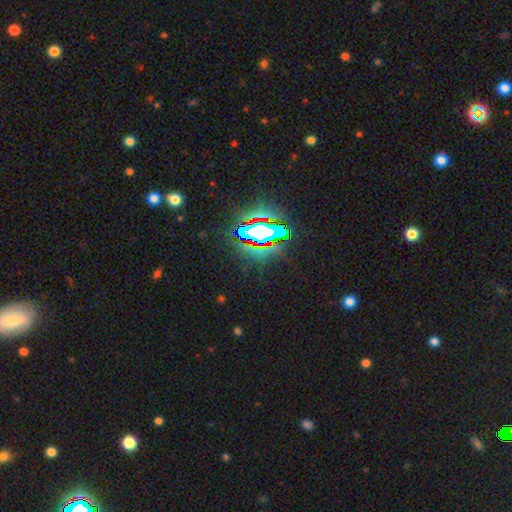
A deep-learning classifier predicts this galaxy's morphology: Q: Smooth or featured?
A: star or artifact (82%); runner-up: smooth (10%)